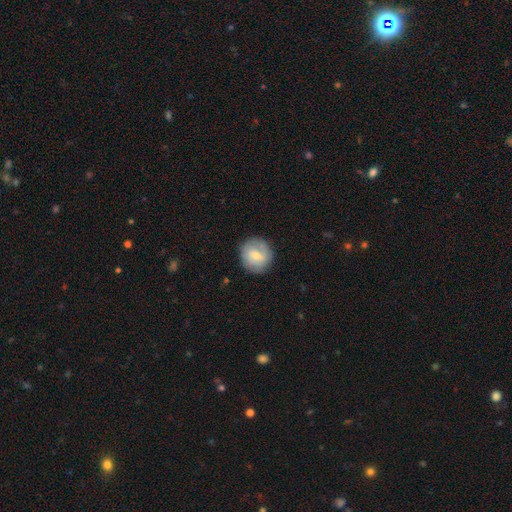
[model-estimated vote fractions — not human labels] Smooth or featured? Predicted: smooth (p=0.52). How rounded? Predicted: round (p=0.88). Merging? Predicted: none (p=0.83).